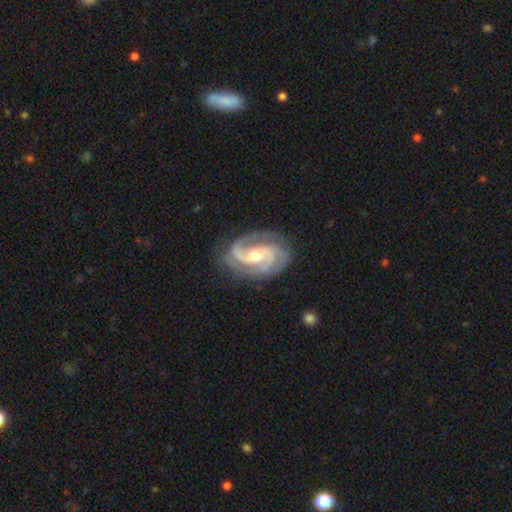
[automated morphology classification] Overall: featured or disk (90%). Edge-on disk: no (97%). Bar: weak (43%; no 32%). Spiral arms: yes (98%). Spiral arm count: 2 (82%). Spiral winding: medium (46%; tight 42%). Bulge size: moderate (60%; small 34%). Merging: none (80%).